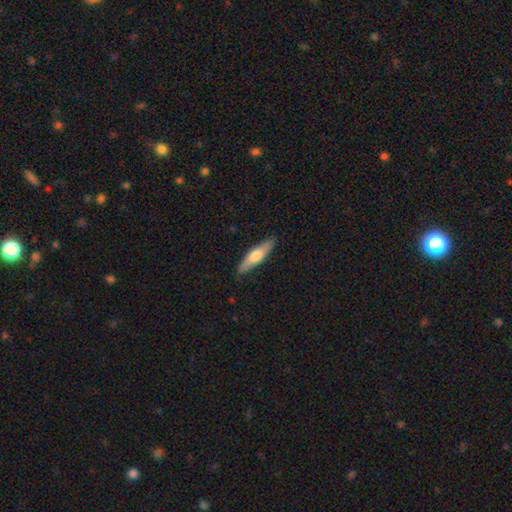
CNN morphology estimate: This appears to be a smooth galaxy with no disk features (56%) that is cigar-shaped (74%). Merging: none (88%).